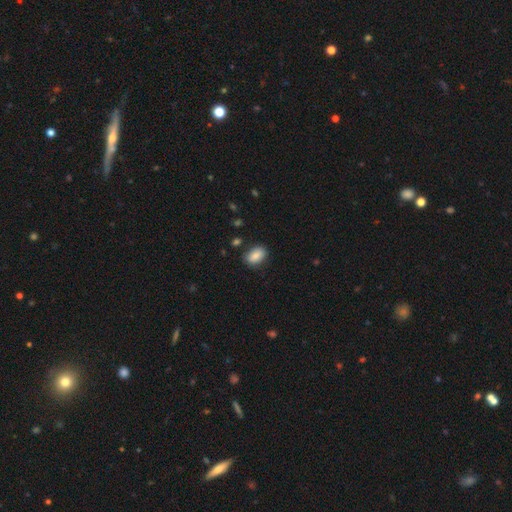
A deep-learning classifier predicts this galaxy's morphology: A smooth galaxy with no disk features (83%) that is in between round and cigar-shaped (84%). Merging: none (81%).